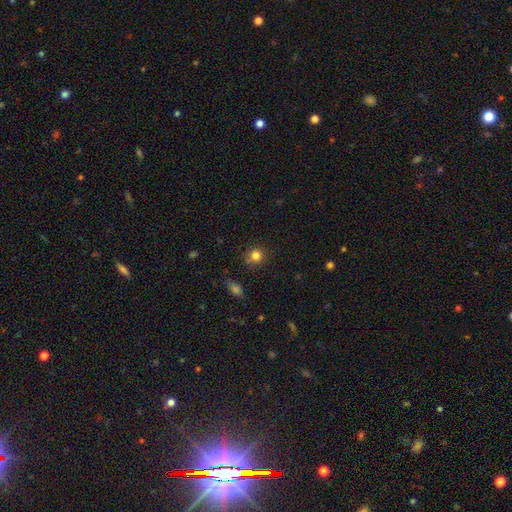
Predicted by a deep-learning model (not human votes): Q: Smooth or featured?
A: smooth (81%); runner-up: star or artifact (13%)
Q: How rounded?
A: round (89%); runner-up: in between (10%)
Q: Merging?
A: none (81%); runner-up: minor disturbance (12%)